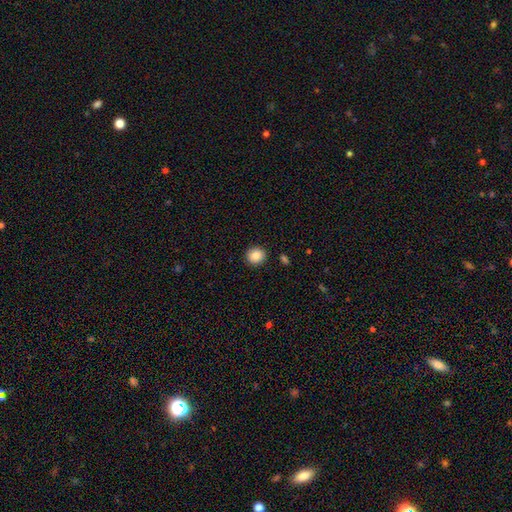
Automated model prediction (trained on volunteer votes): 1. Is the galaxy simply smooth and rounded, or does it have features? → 86% smooth, 9% star or artifact, 5% featured or disk.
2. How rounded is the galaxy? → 87% round, 12% in between, 1% cigar-shaped.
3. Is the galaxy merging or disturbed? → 91% none, 6% minor disturbance, 2% major disturbance, 1% merger.